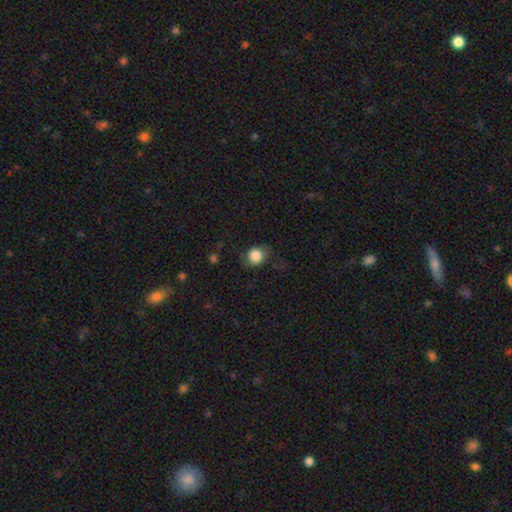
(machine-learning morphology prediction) Smooth or featured?
  - smooth: 83% *
  - star or artifact: 9%
  - featured or disk: 8%
How rounded?
  - round: 81% *
  - in between: 18%
  - cigar-shaped: 1%
Merging?
  - none: 68% *
  - minor disturbance: 21%
  - major disturbance: 10%
  - merger: 1%